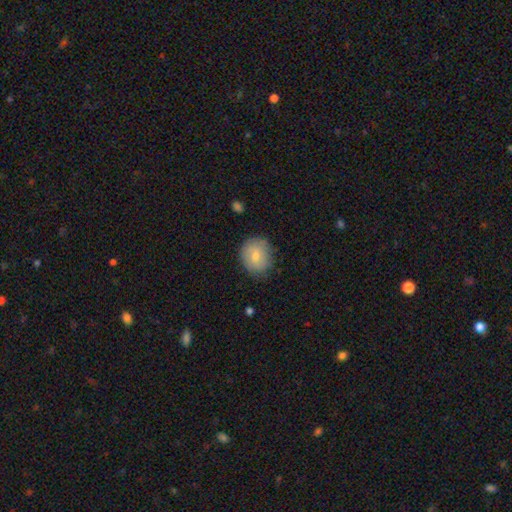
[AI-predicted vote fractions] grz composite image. It shows a smooth galaxy with no disk features (74%) that is round (77%). Merging: none (77%).